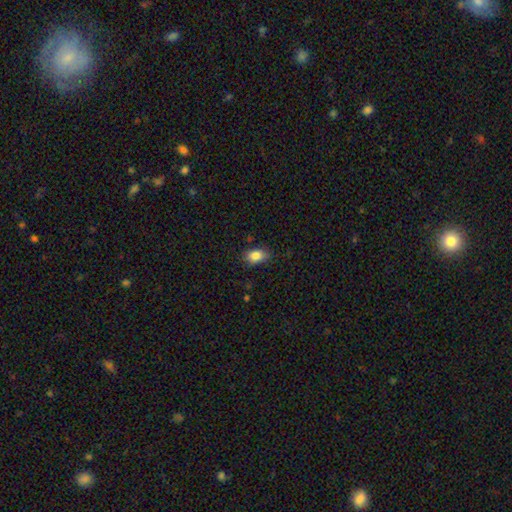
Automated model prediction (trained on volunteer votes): Morphology: type=smooth (86%); roundness=in between (83%); merging=none (80%).